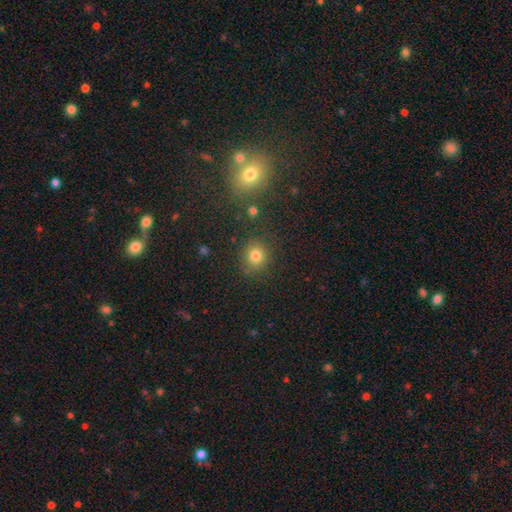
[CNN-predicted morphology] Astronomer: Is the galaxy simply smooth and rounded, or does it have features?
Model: smooth — 77%.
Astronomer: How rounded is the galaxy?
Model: round — 85%.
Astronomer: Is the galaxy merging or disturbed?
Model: none — 84%.